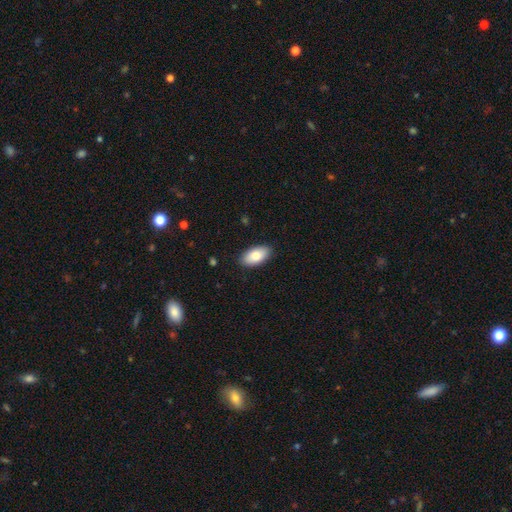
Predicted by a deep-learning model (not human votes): Morphology: type=smooth (82%); roundness=in between (94%); merging=none (88%).